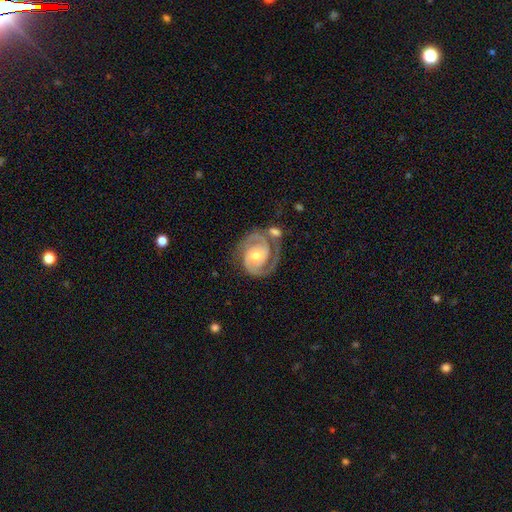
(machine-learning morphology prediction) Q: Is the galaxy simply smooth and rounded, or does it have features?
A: featured or disk — 91%.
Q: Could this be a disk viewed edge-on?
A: no — 98%.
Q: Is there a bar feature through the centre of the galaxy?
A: no — 50%.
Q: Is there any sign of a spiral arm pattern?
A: yes — 98%.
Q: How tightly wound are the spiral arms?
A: tight — 60%.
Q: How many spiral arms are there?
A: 2 — 86%.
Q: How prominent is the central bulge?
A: moderate — 65%.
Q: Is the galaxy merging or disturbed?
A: none — 61%.